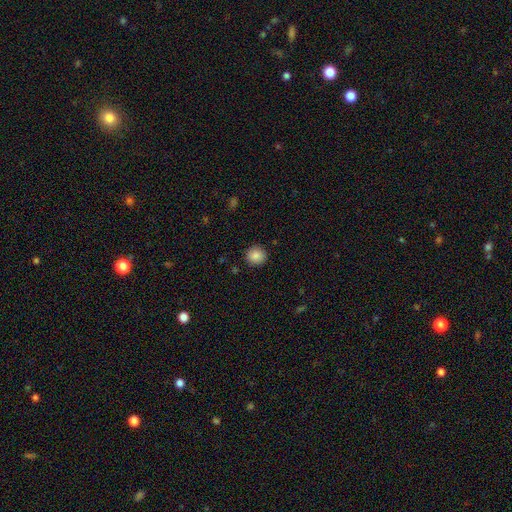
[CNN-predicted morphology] smooth 87%, star or artifact 9%, featured or disk 4%. Down the decision tree: how rounded — round (91%); merging — none (90%).